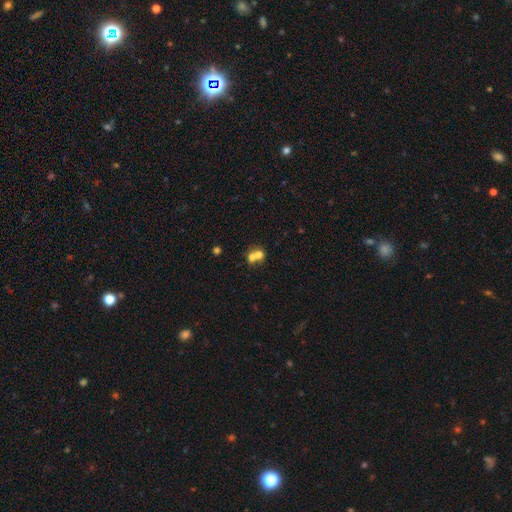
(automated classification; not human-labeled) Smooth or featured?
  - smooth: 65% *
  - featured or disk: 22%
  - star or artifact: 14%
How rounded?
  - round: 74% *
  - in between: 25%
  - cigar-shaped: 1%
Merging?
  - merger: 63% *
  - none: 28%
  - minor disturbance: 5%
  - major disturbance: 3%